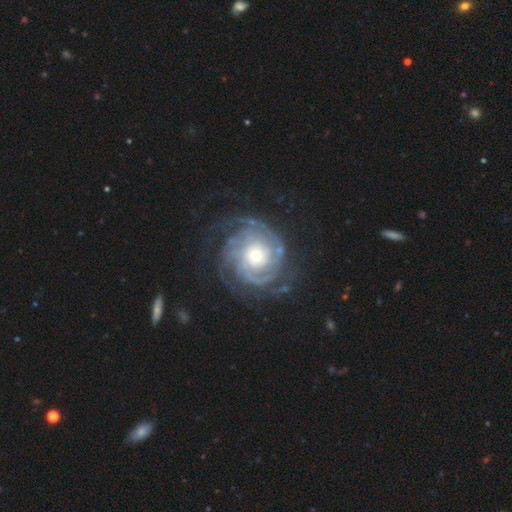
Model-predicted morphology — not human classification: type=featured or disk (89%); edge-on=no (97%); bar=no (79%); spiral arms=yes (97%); winding=tight (71%); arm count=can't tell (26%); bulge=small (47%); merging=none (69%).